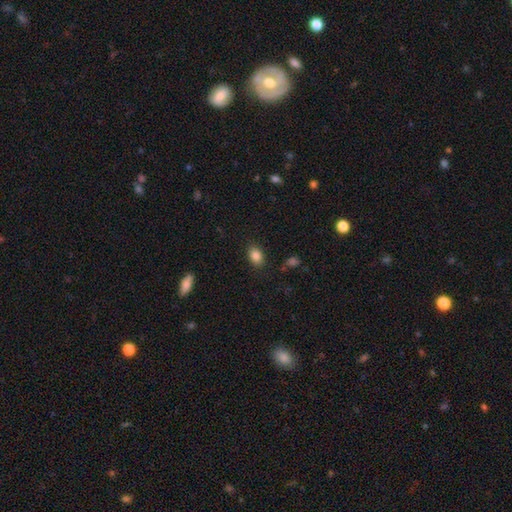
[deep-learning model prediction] Smooth or featured: smooth — 85% (star or artifact — 9%)
How rounded: in between — 75% (round — 24%)
Merging: none — 86% (minor disturbance — 9%)